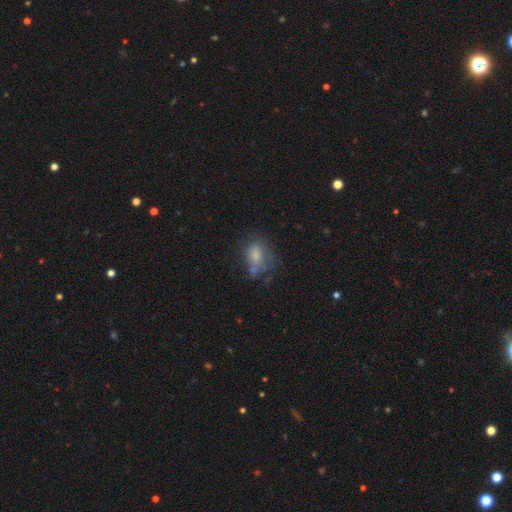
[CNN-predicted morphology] smooth_or_featured: smooth (p=0.64) [alt: featured or disk p=0.25]
how_rounded: in between (p=0.73) [alt: round p=0.25]
merging: none (p=0.39) [alt: minor disturbance p=0.25]